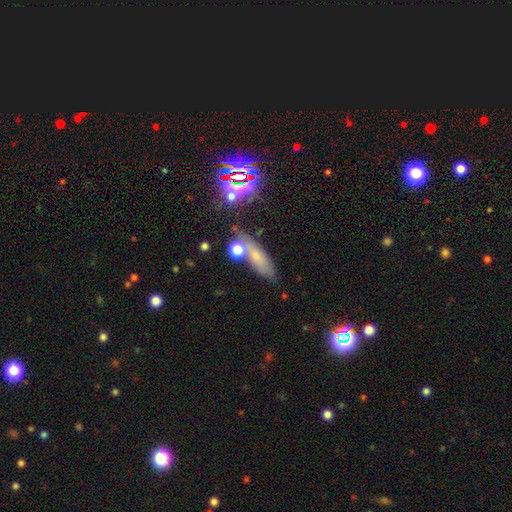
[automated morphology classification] This is possibly a smooth galaxy (56%). How rounded: possibly cigar-shaped (46%). Merging: likely none (60%).